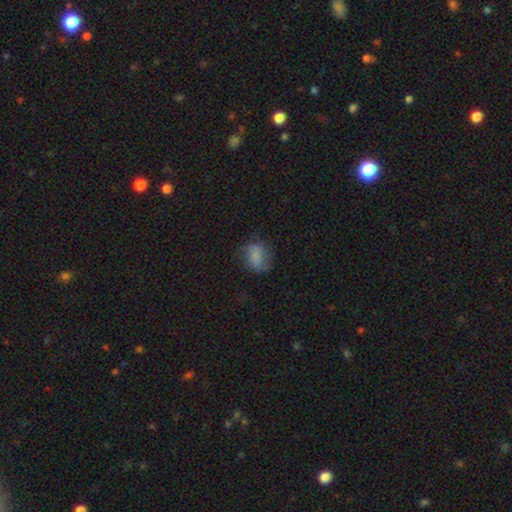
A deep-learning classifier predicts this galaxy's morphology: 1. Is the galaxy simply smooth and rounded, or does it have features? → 70% smooth, 19% featured or disk, 11% star or artifact.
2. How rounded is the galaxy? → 59% in between, 40% round, 2% cigar-shaped.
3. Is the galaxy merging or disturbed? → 61% none, 25% minor disturbance, 13% major disturbance, 2% merger.